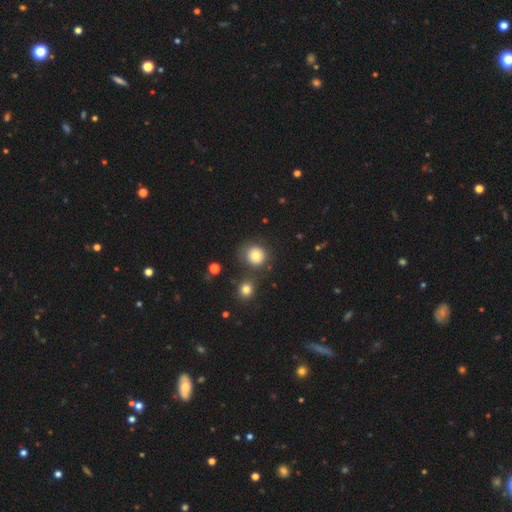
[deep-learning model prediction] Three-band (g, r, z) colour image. It shows a smooth galaxy with no disk features (77%) that is round (88%). Merging: none (73%).